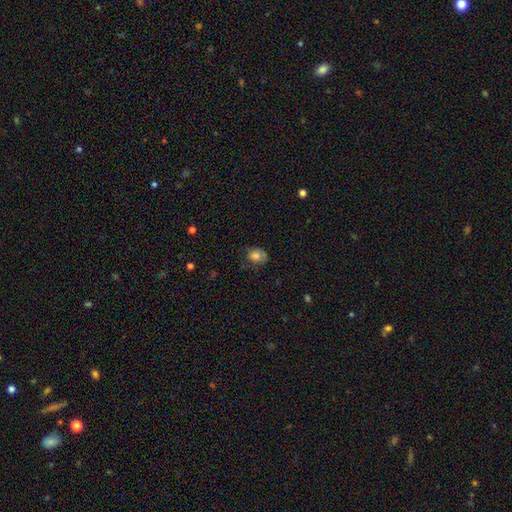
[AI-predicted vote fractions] Smooth or featured? smooth (79%)
How rounded? in between (51%)
Merging? none (63%)